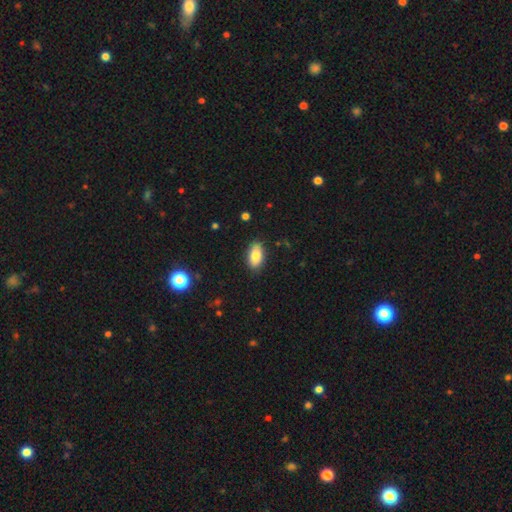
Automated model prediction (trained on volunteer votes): smooth 83%, featured or disk 9%, star or artifact 7%. Down the decision tree: how rounded — in between (92%); merging — none (88%).